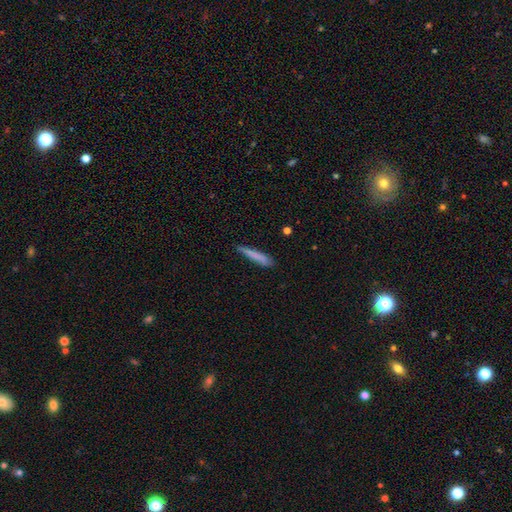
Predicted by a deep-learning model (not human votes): smooth 79%, featured or disk 15%, star or artifact 6%. Down the decision tree: how rounded — cigar-shaped (93%); merging — none (74%).